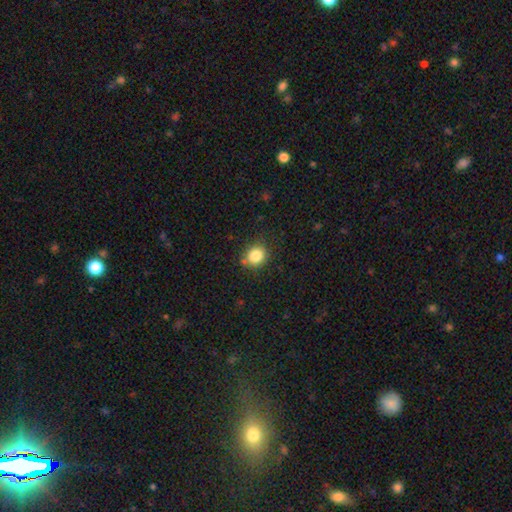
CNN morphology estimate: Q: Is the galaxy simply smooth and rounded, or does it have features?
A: smooth — 84%.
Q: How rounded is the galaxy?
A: round — 75%.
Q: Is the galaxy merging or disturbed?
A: none — 79%.